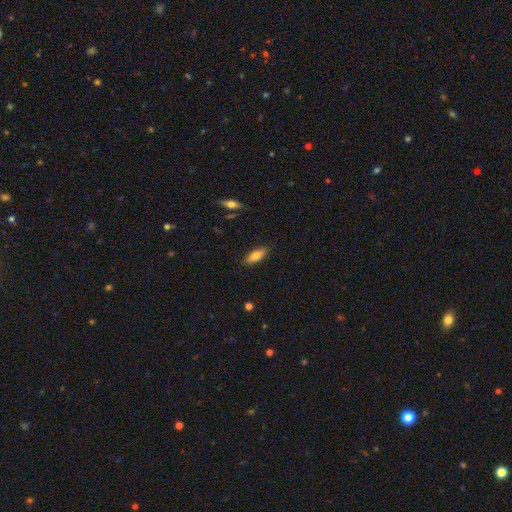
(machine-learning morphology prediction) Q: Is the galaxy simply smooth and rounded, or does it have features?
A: smooth — 80%.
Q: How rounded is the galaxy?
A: in between — 74%.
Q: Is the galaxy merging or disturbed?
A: none — 87%.